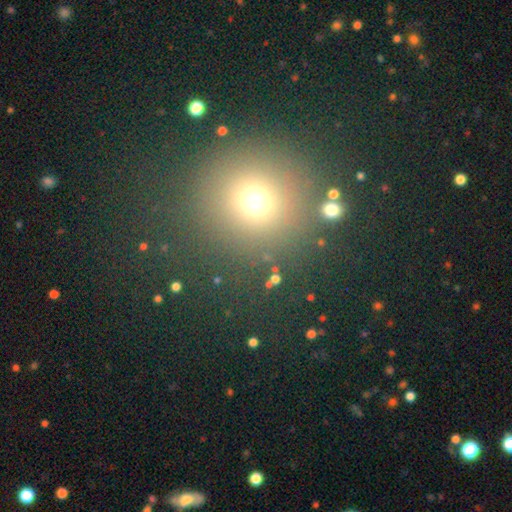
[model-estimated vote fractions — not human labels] smooth 61%, star or artifact 32%, featured or disk 7%. Down the decision tree: how rounded — round (90%); merging — none (86%).